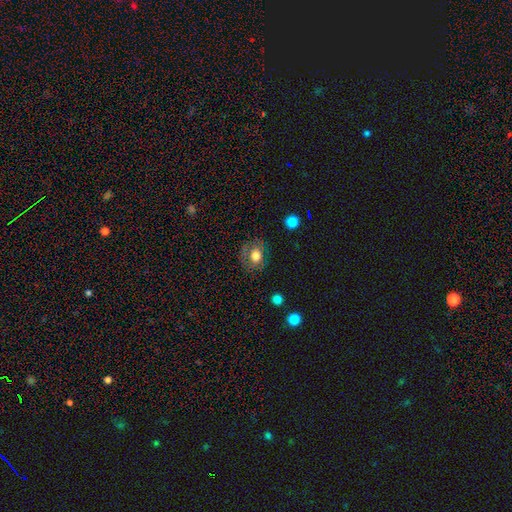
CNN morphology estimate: Smooth or featured? Predicted: smooth (p=0.70). How rounded? Predicted: round (p=0.55). Merging? Predicted: none (p=0.75).